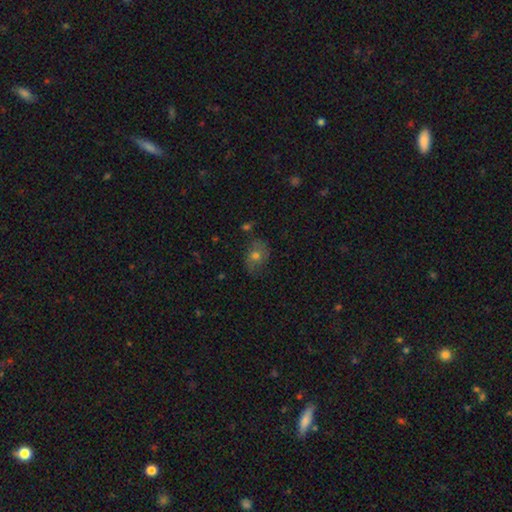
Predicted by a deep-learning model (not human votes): smooth 56%, featured or disk 29%, star or artifact 15%. Down the decision tree: how rounded — in between (56%); merging — none (67%).